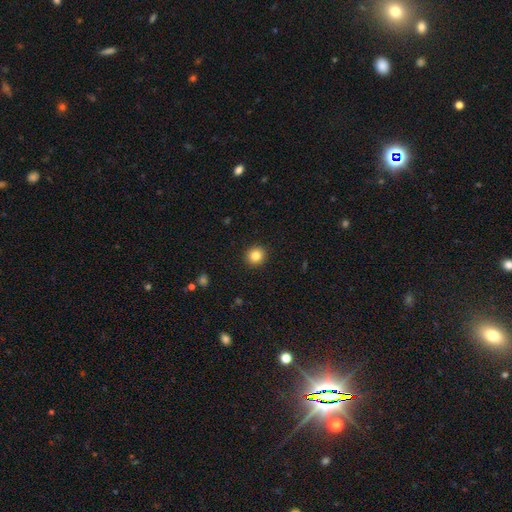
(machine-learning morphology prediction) A smooth galaxy with no disk features (84%) that is round (91%). Merging: none (93%).